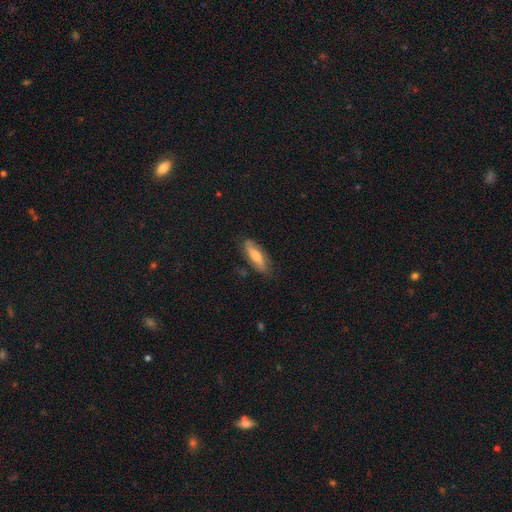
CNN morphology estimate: This appears to be a smooth galaxy with no disk features (53%) that is in between round and cigar-shaped (50%). Merging: none (81%).